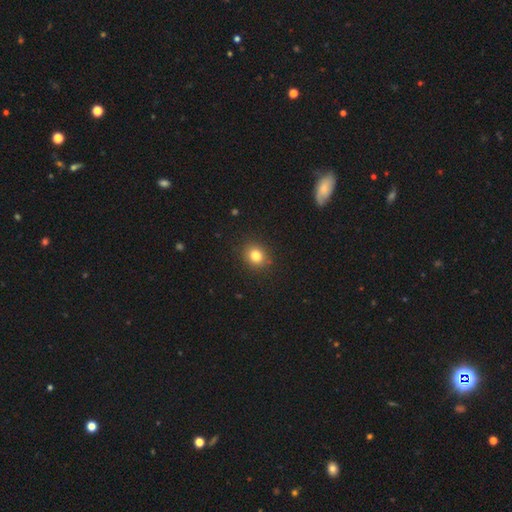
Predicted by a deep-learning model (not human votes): Smooth or featured? smooth (81%)
How rounded? round (71%)
Merging? none (89%)